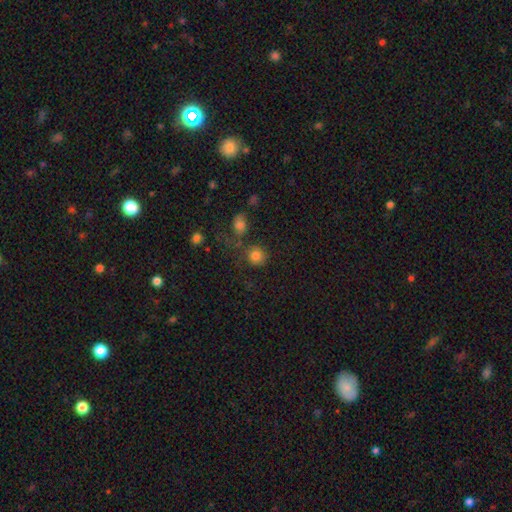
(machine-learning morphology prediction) Overall: smooth (81%). How rounded: round (89%). Merging: none (69%).